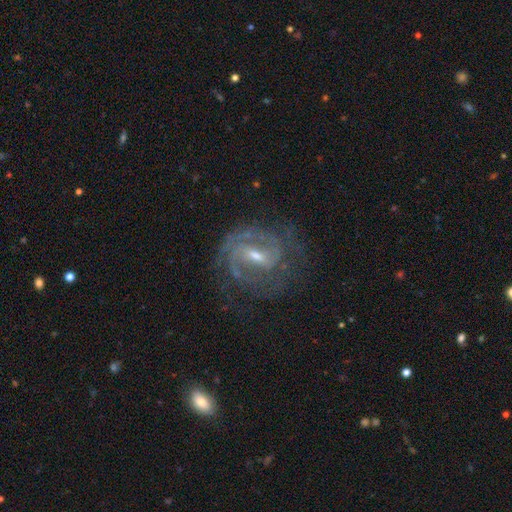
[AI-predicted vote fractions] Q: Smooth or featured?
A: featured or disk (87%); runner-up: smooth (7%)
Q: Edge-on disk?
A: no (97%); runner-up: yes (3%)
Q: Bar?
A: weak (53%); runner-up: strong (31%)
Q: Spiral arms?
A: yes (94%); runner-up: no (6%)
Q: Spiral winding?
A: tight (49%); runner-up: medium (41%)
Q: Spiral arm count?
A: 2 (45%); runner-up: can't tell (24%)
Q: Bulge size?
A: small (54%); runner-up: moderate (41%)
Q: Merging?
A: none (63%); runner-up: minor disturbance (20%)